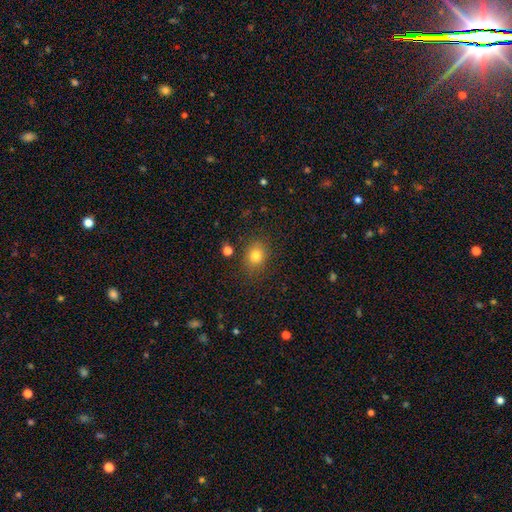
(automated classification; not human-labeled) smooth-or-featured: smooth: 81% | star or artifact: 12% | featured or disk: 7%
  how-rounded: round: 56% | in between: 43% | cigar-shaped: 1%
  merging: none: 83% | minor disturbance: 11% | major disturbance: 4% | merger: 3%